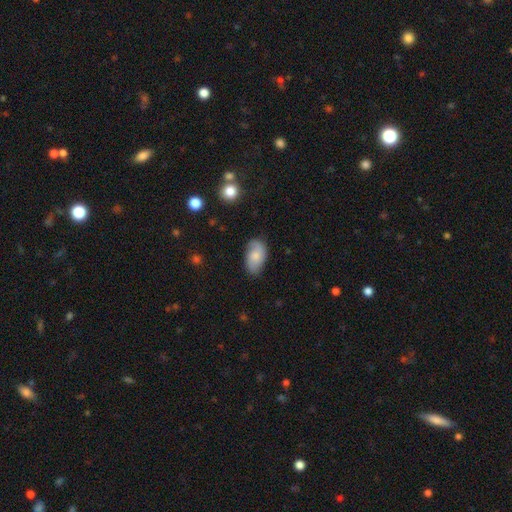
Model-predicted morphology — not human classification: smooth 65%, featured or disk 28%, star or artifact 7%. Down the decision tree: how rounded — in between (93%); merging — none (69%).